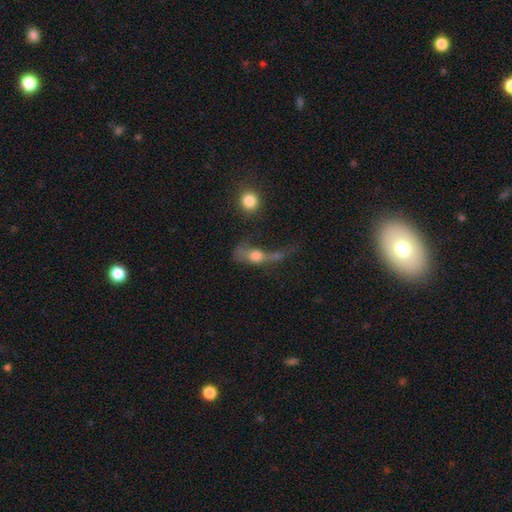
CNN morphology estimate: smooth-or-featured: smooth: 50% | featured or disk: 37% | star or artifact: 14%
  merging: major disturbance: 47% | merger: 23% | none: 18% | minor disturbance: 12%